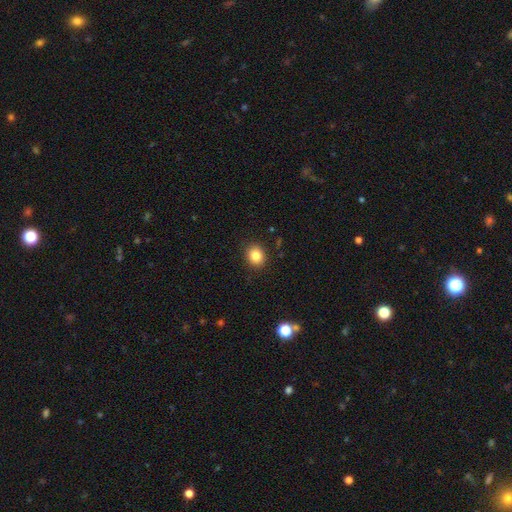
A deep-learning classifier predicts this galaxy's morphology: Smooth or featured? Predicted: smooth (p=0.84). How rounded? Predicted: round (p=0.66). Merging? Predicted: none (p=0.89).